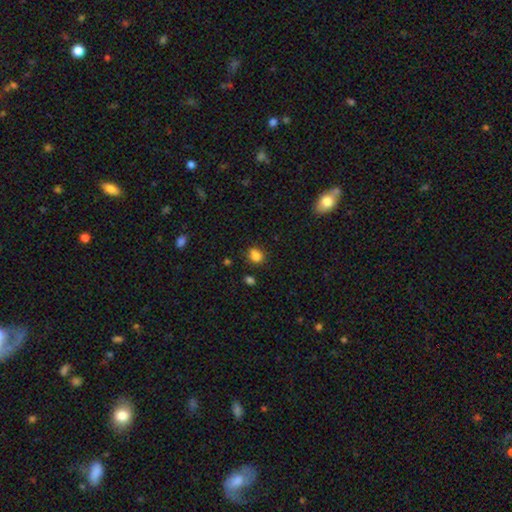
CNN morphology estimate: A smooth galaxy with no disk features (82%) that is in between round and cigar-shaped (50%). Merging: none (69%).